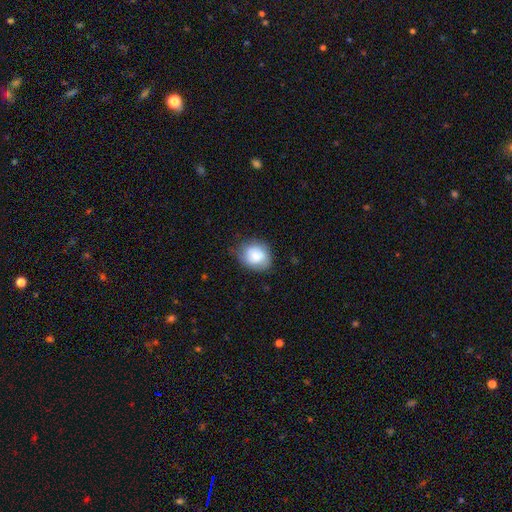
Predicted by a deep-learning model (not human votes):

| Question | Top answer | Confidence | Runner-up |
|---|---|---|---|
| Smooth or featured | smooth | 83% | featured or disk (10%) |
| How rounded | round | 56% | in between (43%) |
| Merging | none | 67% | minor disturbance (26%) |